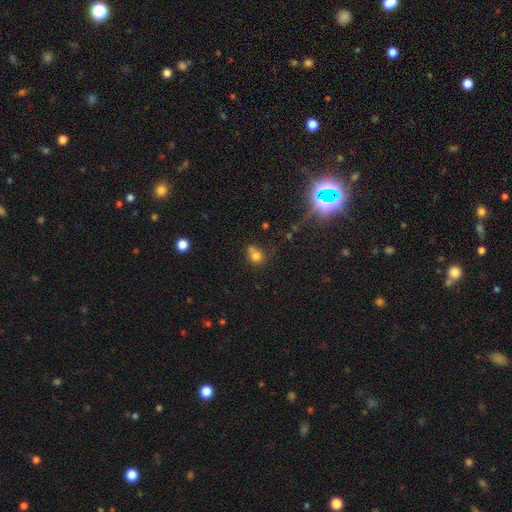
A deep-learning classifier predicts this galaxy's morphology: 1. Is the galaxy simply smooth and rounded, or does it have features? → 75% smooth, 16% star or artifact, 10% featured or disk.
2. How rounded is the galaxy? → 66% round, 33% in between, 1% cigar-shaped.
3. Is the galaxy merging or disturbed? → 43% none, 23% merger, 22% minor disturbance, 12% major disturbance.